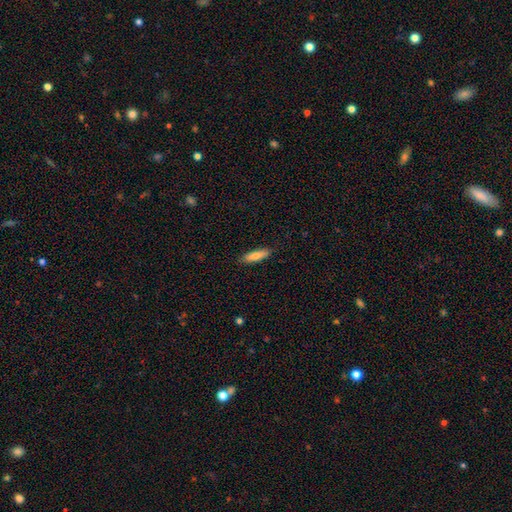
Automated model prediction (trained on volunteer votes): smooth_or_featured: smooth (p=0.80) [alt: featured or disk p=0.14]
how_rounded: cigar-shaped (p=0.67) [alt: in between p=0.32]
merging: none (p=0.88) [alt: minor disturbance p=0.09]